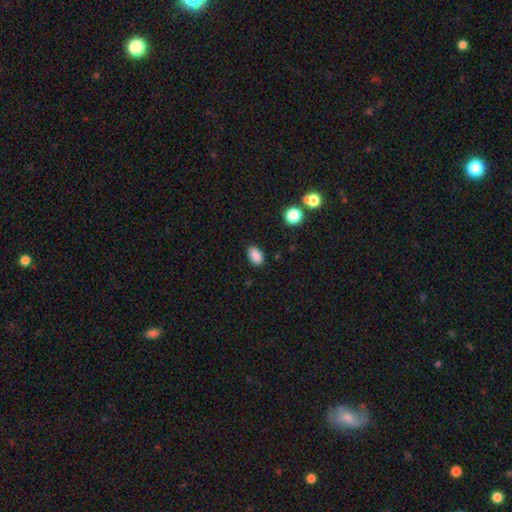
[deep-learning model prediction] Morphology: type=smooth (87%); roundness=in between (89%); merging=none (81%).